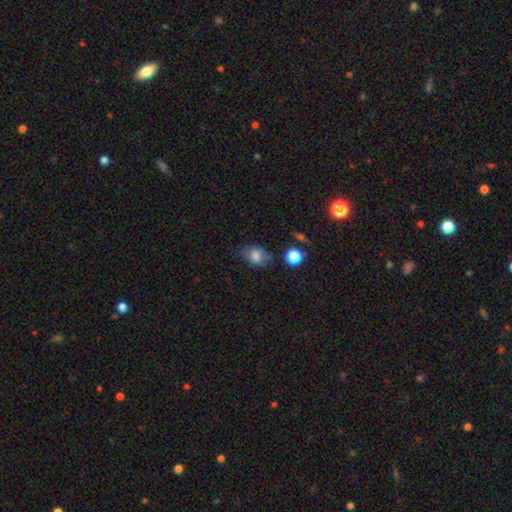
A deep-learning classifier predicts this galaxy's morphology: Smooth or featured? Predicted: smooth (p=0.77). How rounded? Predicted: in between (p=0.70). Merging? Predicted: none (p=0.62).